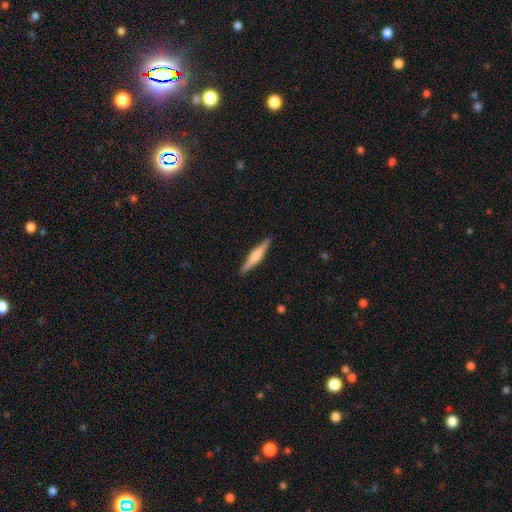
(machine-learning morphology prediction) smooth_or_featured: featured or disk (p=0.54) [alt: smooth p=0.40]
disk_edge_on: yes (p=0.98) [alt: no p=0.02]
edge_on_bulge: rounded (p=0.65) [alt: boxy p=0.23]
merging: none (p=0.91) [alt: minor disturbance p=0.06]